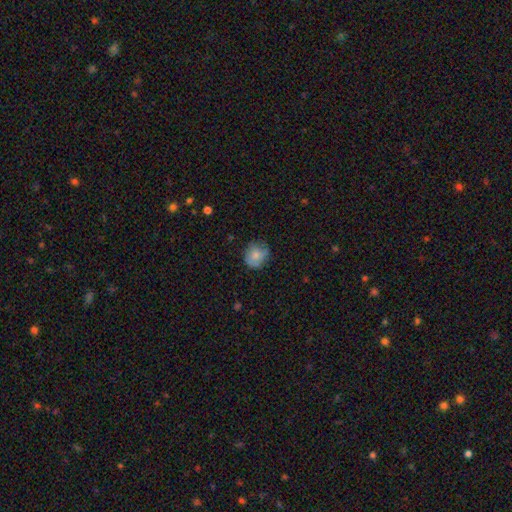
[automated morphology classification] Overall: smooth (71%). How rounded: round (78%). Merging: none (65%; minor disturbance 26%).